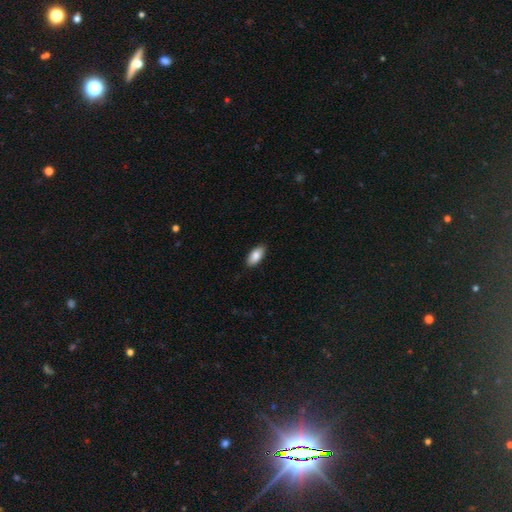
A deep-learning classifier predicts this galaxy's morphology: smooth-or-featured: smooth: 87% | featured or disk: 7% | star or artifact: 6%
  how-rounded: in between: 91% | cigar-shaped: 7% | round: 2%
  merging: none: 88% | minor disturbance: 9% | major disturbance: 2% | merger: 1%